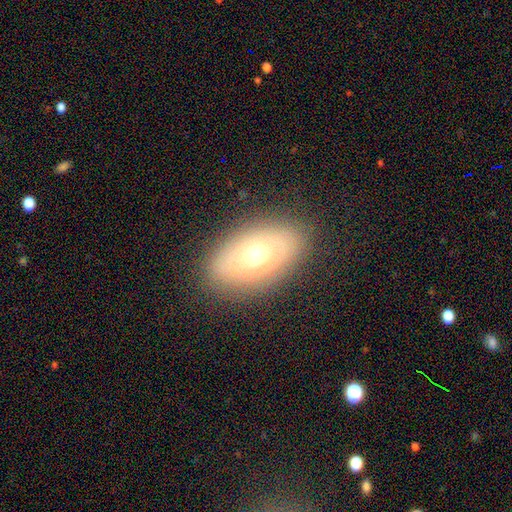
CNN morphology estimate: This appears to be a smooth galaxy with no disk features (62%) that is in between round and cigar-shaped (88%). Merging: none (85%).